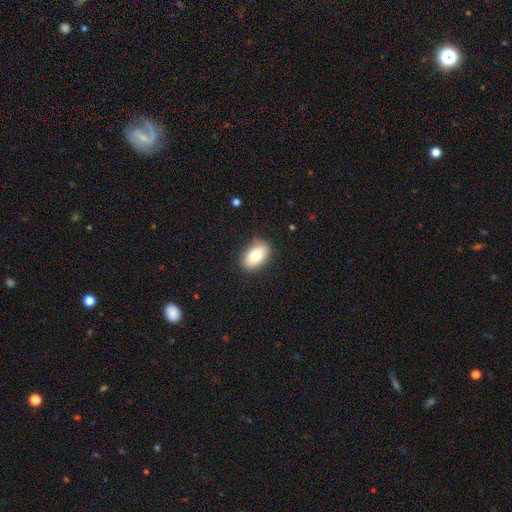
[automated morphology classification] Overall: smooth (77%). How rounded: in between (88%). Merging: none (84%).